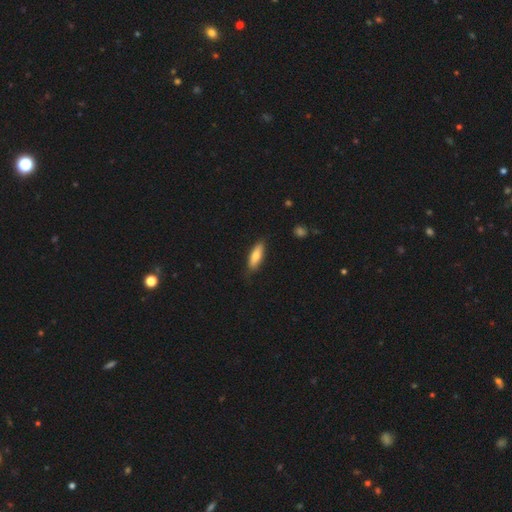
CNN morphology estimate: Smooth or featured: smooth — 72% (featured or disk — 22%)
How rounded: cigar-shaped — 50% (in between — 48%)
Merging: none — 81% (minor disturbance — 15%)